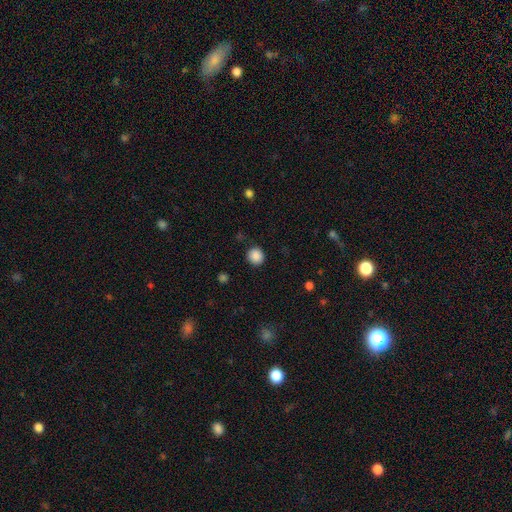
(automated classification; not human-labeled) smooth_or_featured: smooth (p=0.87) [alt: star or artifact p=0.10]
how_rounded: round (p=0.90) [alt: in between p=0.09]
merging: none (p=0.89) [alt: minor disturbance p=0.07]